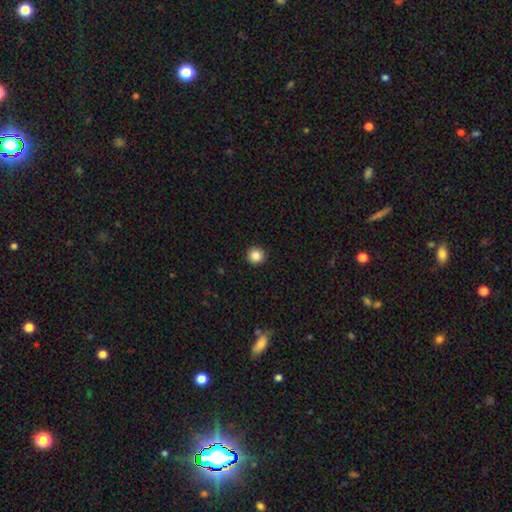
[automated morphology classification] smooth 87%, star or artifact 10%, featured or disk 3%. Down the decision tree: how rounded — round (95%); merging — none (92%).